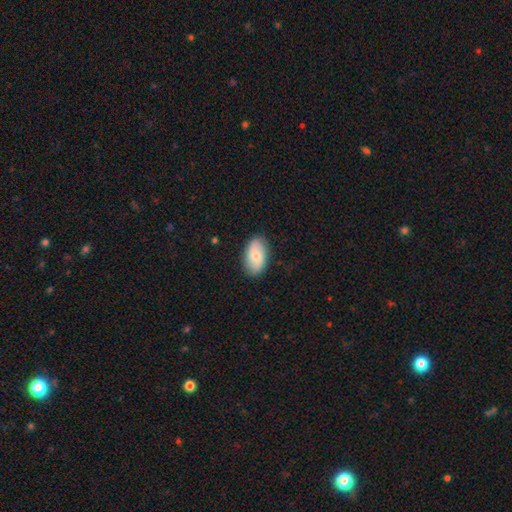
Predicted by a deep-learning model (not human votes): Overall: smooth (68%). How rounded: in between (93%). Merging: none (86%).